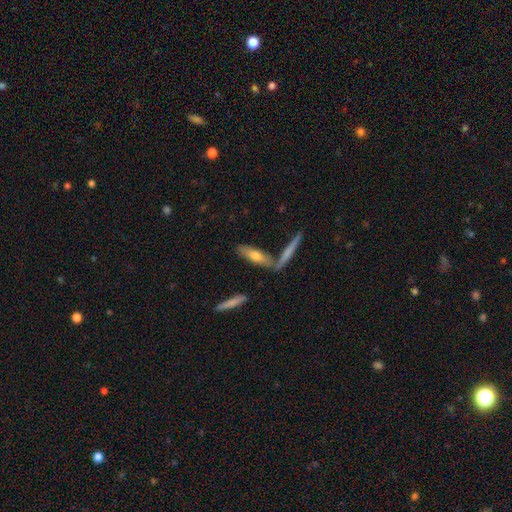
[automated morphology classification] smooth_or_featured: smooth (p=0.58) [alt: featured or disk p=0.35]
how_rounded: cigar-shaped (p=0.64) [alt: in between p=0.34]
merging: none (p=0.63) [alt: merger p=0.21]